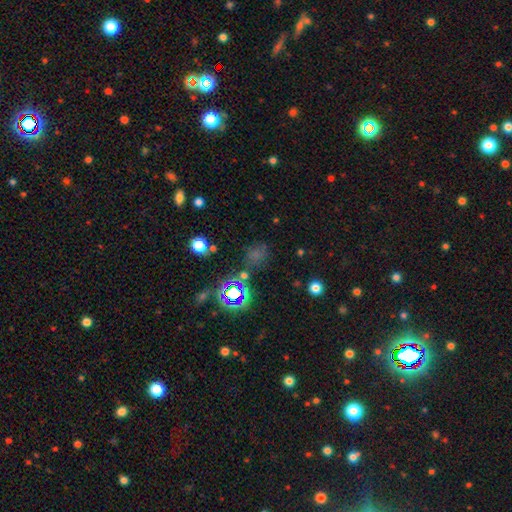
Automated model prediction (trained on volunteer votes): This is possibly a star or artifact rather than a galaxy (50%).